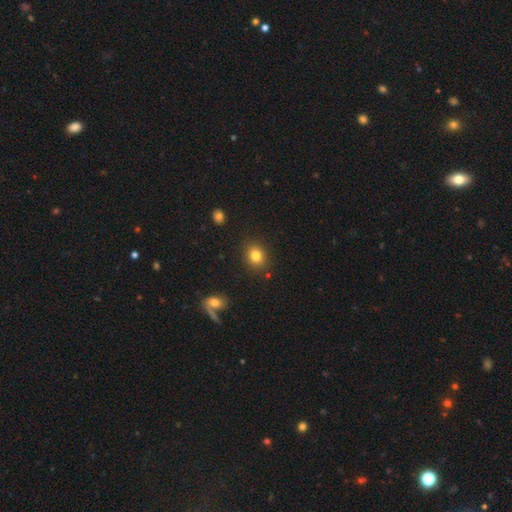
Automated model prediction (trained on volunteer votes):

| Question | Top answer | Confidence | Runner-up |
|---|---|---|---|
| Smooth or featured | smooth | 82% | star or artifact (11%) |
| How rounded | round | 65% | in between (34%) |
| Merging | none | 87% | minor disturbance (8%) |